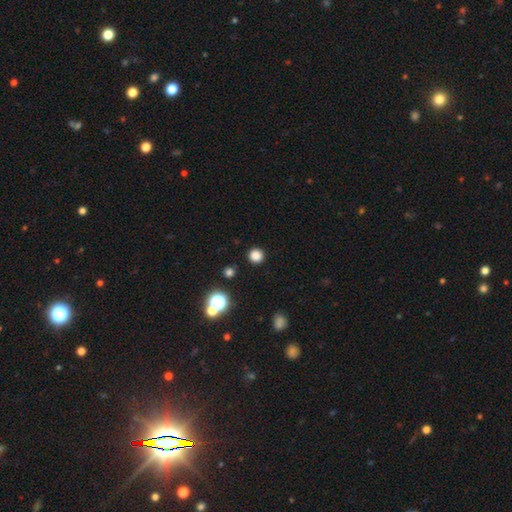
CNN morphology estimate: Smooth or featured? smooth (81%)
How rounded? round (95%)
Merging? none (91%)